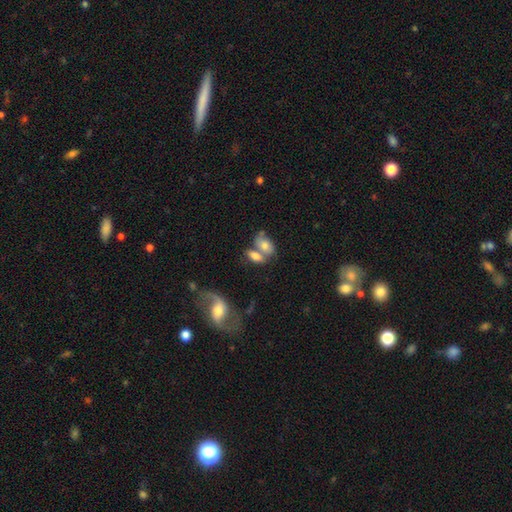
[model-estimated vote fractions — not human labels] smooth-or-featured: smooth: 68% | featured or disk: 23% | star or artifact: 9%
  how-rounded: in between: 85% | round: 11% | cigar-shaped: 4%
  merging: merger: 53% | none: 29% | minor disturbance: 11% | major disturbance: 7%